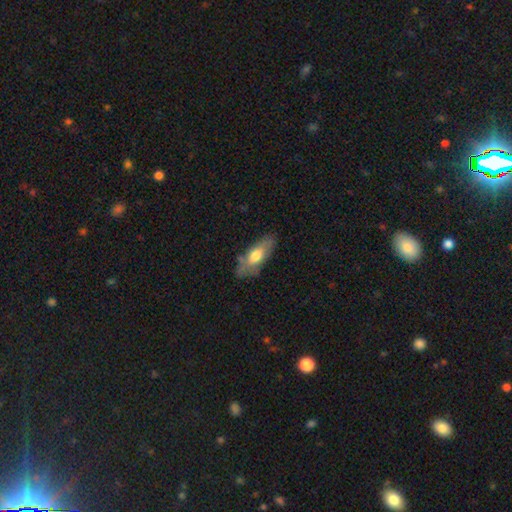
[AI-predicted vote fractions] This appears to be a smooth galaxy with no disk features (62%) that is in between round and cigar-shaped (74%). Merging: none (70%).